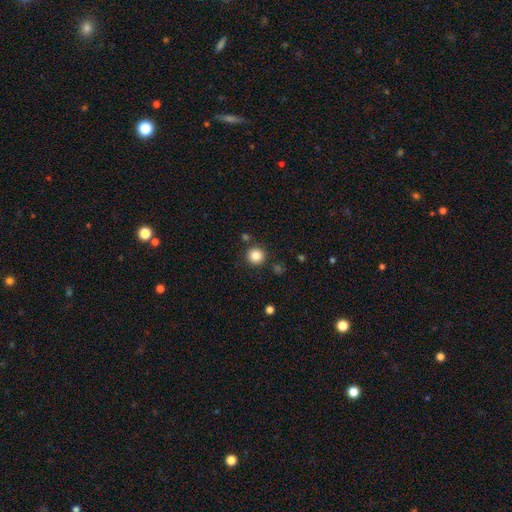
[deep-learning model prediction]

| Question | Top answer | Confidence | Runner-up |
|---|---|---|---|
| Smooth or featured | smooth | 85% | star or artifact (11%) |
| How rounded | round | 95% | in between (4%) |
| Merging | none | 88% | minor disturbance (6%) |